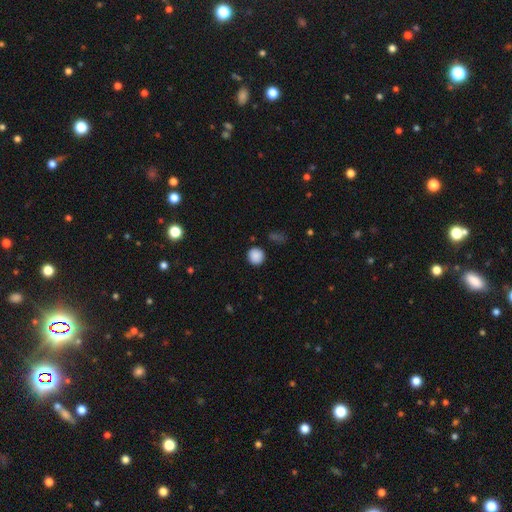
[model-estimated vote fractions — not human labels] smooth 87%, star or artifact 9%, featured or disk 3%. Down the decision tree: how rounded — round (91%); merging — none (88%).